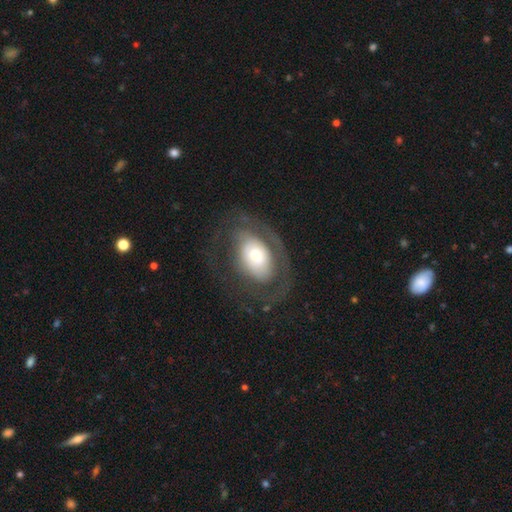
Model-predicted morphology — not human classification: smooth_or_featured: featured or disk (p=0.63) [alt: smooth p=0.31]
disk_edge_on: no (p=0.93) [alt: yes p=0.07]
bar: no (p=0.76) [alt: weak p=0.17]
has_spiral_arms: yes (p=0.65) [alt: no p=0.35]
bulge_size: moderate (p=0.47) [alt: small p=0.23]
merging: none (p=0.55) [alt: major disturbance p=0.27]